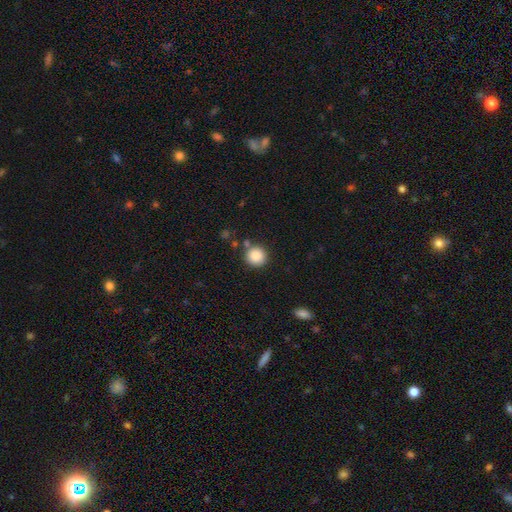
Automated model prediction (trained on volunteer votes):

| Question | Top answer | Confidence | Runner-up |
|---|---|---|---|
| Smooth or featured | smooth | 87% | star or artifact (9%) |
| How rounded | round | 94% | in between (5%) |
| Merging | none | 82% | minor disturbance (9%) |